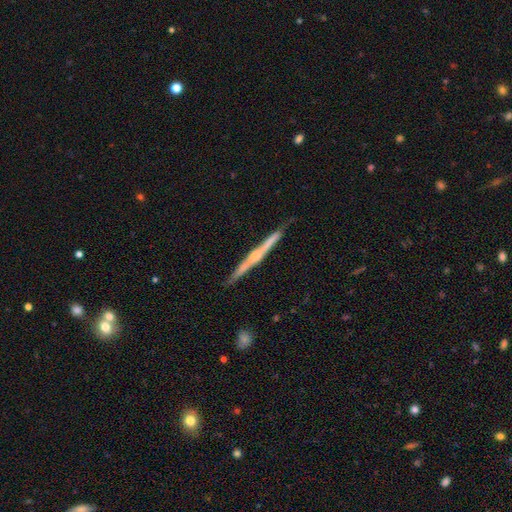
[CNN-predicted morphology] Smooth or featured: featured or disk — 74% (smooth — 21%)
Edge-on disk: yes — 98% (no — 2%)
Edge-on bulge: rounded — 61% (none — 27%)
Merging: none — 87% (minor disturbance — 10%)